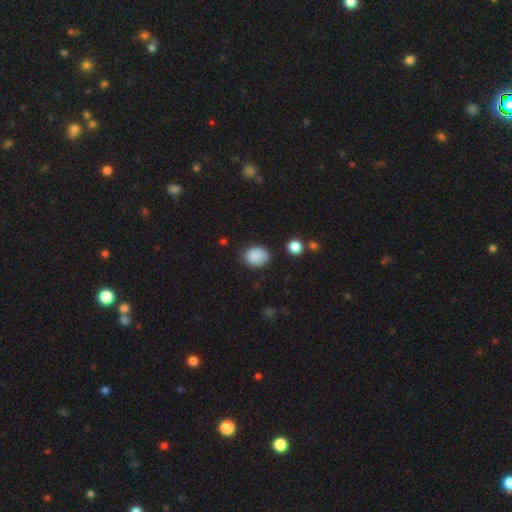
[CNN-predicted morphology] This is clearly a smooth galaxy (88%). How rounded: possibly in between (50%). Merging: clearly none (81%).